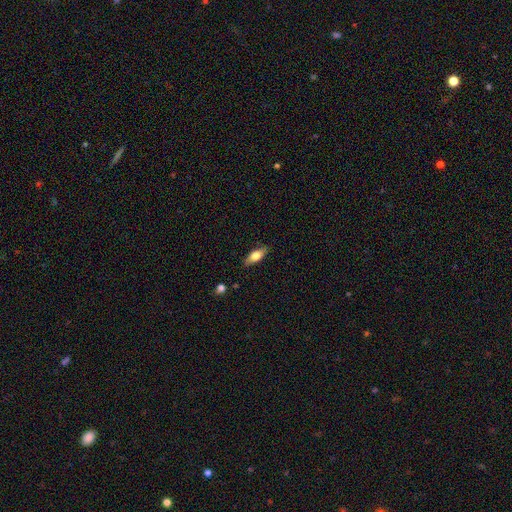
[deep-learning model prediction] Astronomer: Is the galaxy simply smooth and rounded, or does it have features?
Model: smooth — 64%.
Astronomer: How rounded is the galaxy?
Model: in between — 70%.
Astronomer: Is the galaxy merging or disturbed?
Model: none — 85%.